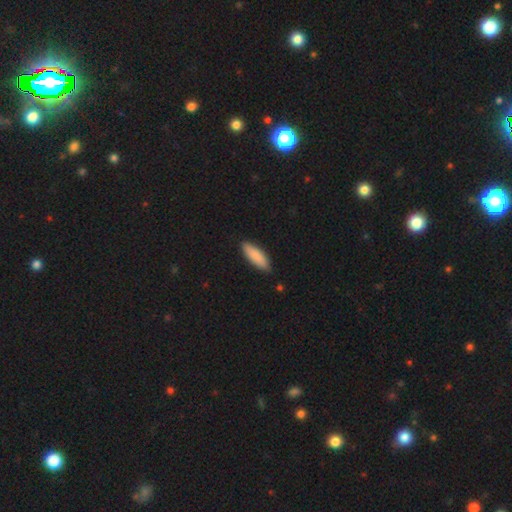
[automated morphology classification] smooth-or-featured: smooth: 87% | featured or disk: 8% | star or artifact: 5%
  how-rounded: in between: 53% | cigar-shaped: 45% | round: 1%
  merging: none: 85% | minor disturbance: 12% | major disturbance: 2% | merger: 1%